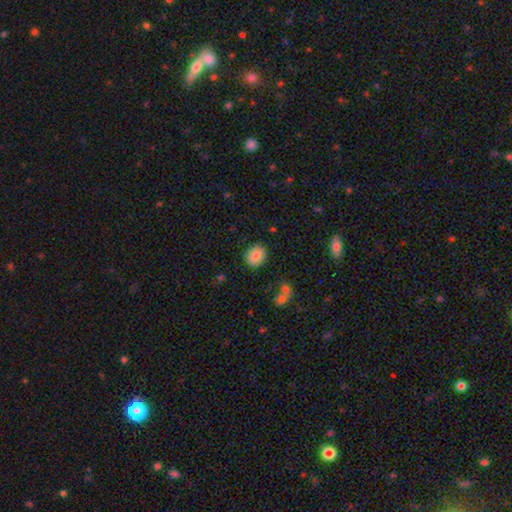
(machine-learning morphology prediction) This is clearly a smooth galaxy (84%). How rounded: likely round (70%). Merging: clearly none (88%).